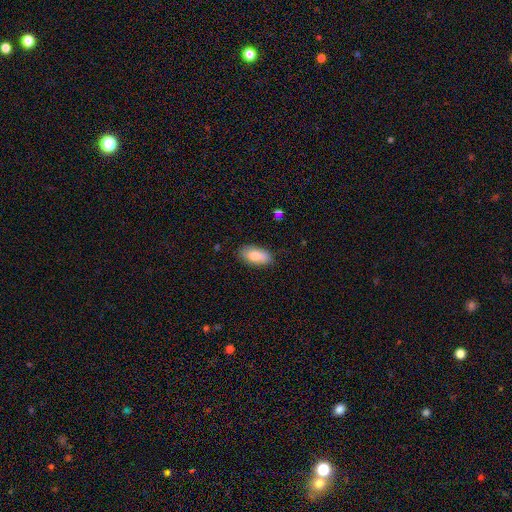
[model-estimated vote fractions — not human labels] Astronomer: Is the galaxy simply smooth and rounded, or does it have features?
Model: smooth — 82%.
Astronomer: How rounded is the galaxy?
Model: in between — 91%.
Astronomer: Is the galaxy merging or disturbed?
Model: none — 75%.